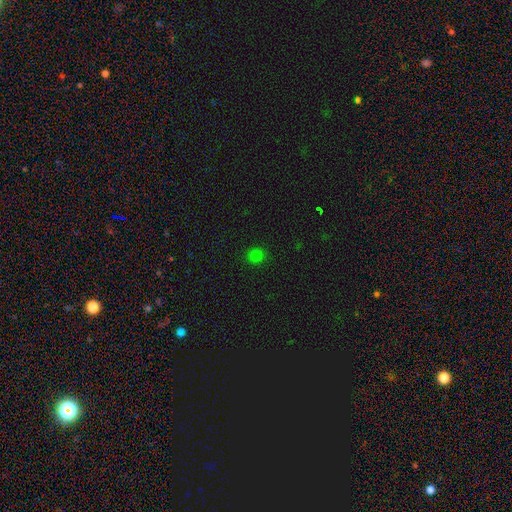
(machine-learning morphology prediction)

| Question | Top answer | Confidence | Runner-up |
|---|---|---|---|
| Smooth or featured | smooth | 79% | star or artifact (18%) |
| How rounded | round | 86% | in between (13%) |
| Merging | none | 91% | minor disturbance (6%) |